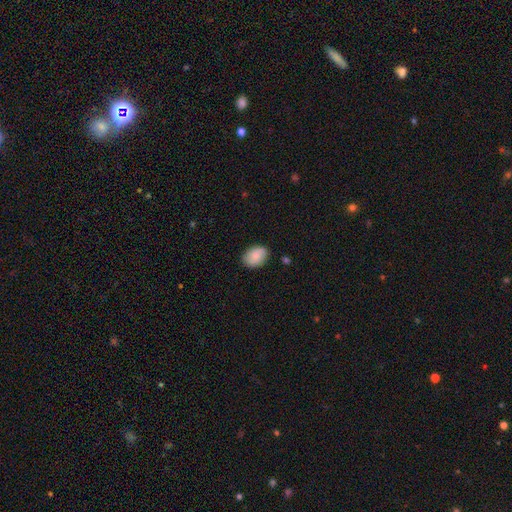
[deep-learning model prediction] The model was most divided on "how rounded": in between: 79%, round: 19%, cigar-shaped: 1%. More confident: merging — none (83%); smooth or featured — smooth (83%).